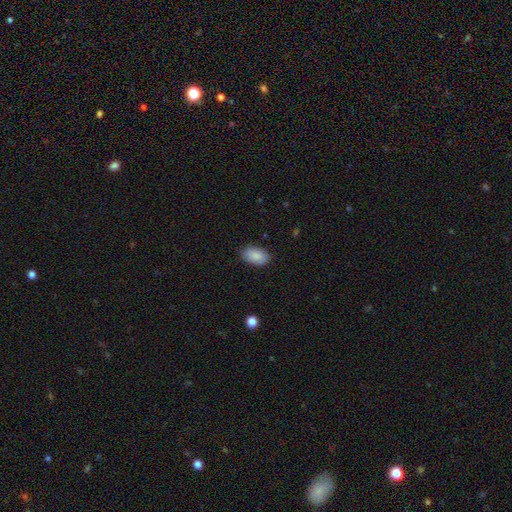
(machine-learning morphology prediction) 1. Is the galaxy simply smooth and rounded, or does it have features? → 89% smooth, 6% star or artifact, 4% featured or disk.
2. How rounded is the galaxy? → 93% in between, 6% round, 1% cigar-shaped.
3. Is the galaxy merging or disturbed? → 85% none, 11% minor disturbance, 3% major disturbance, 1% merger.